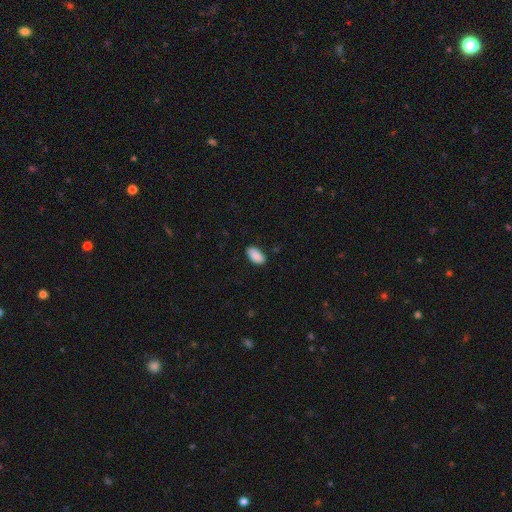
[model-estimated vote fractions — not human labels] A smooth galaxy with no disk features (90%) that is in between round and cigar-shaped (94%). Merging: none (82%).